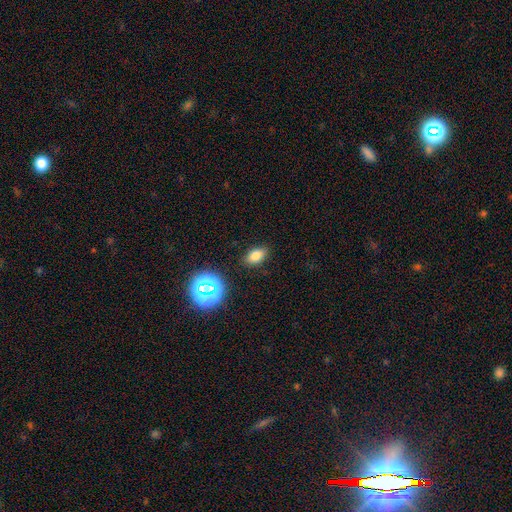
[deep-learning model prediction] This is likely a smooth galaxy (76%). How rounded: clearly in between (85%). Merging: clearly none (87%).